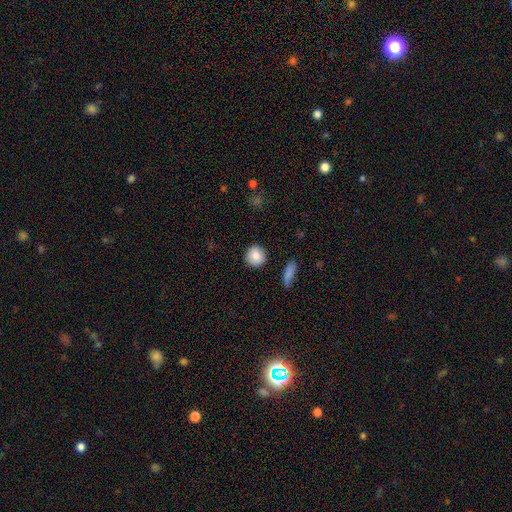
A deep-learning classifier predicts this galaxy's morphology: A smooth galaxy with no disk features (86%) that is round (92%). Merging: none (90%).